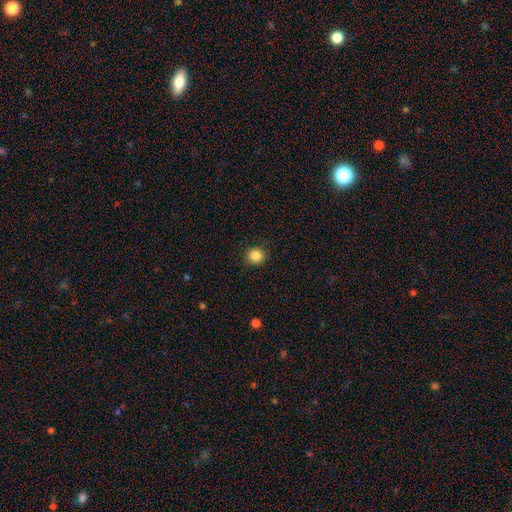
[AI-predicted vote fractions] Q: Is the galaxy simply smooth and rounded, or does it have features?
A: smooth — 86%.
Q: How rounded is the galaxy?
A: round — 91%.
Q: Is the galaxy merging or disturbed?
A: none — 91%.